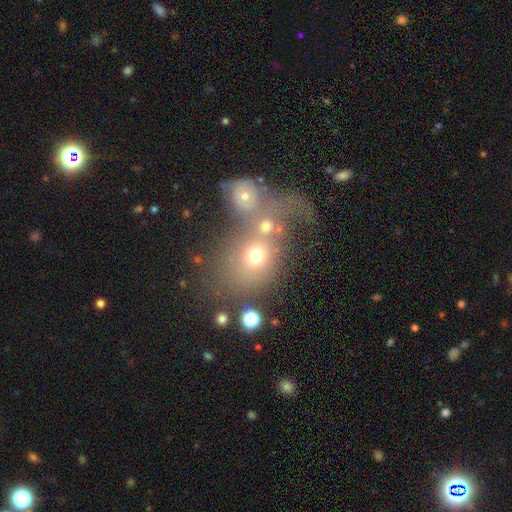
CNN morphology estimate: This appears to be a smooth galaxy with no disk features (60%) that is round (57%). Merging: merger (63%).